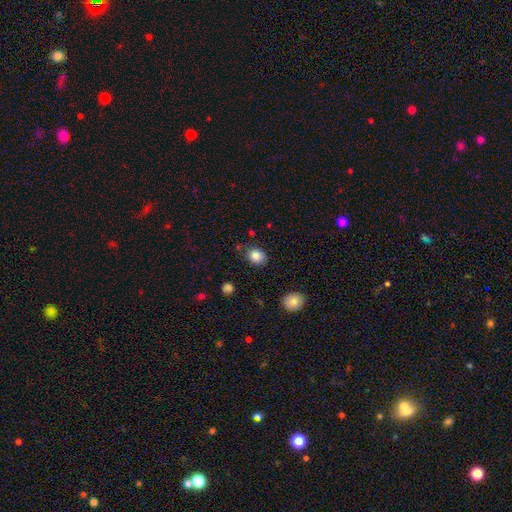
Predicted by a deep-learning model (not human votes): Overall: smooth (85%). How rounded: round (53%; in between 46%). Merging: none (78%).